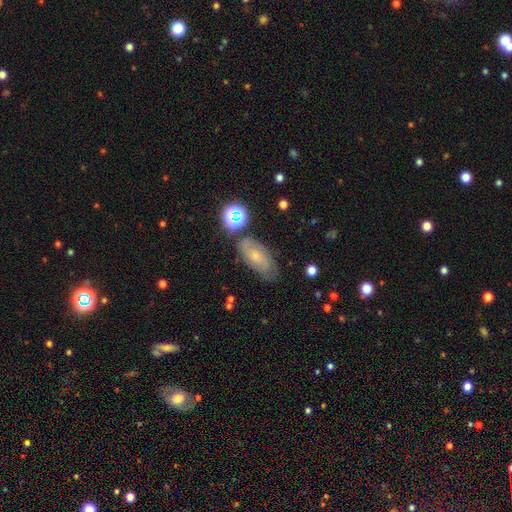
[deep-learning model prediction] Smooth or featured? Predicted: featured or disk (p=0.50). Edge-on disk? Predicted: no (p=0.90). Merging? Predicted: none (p=0.67).